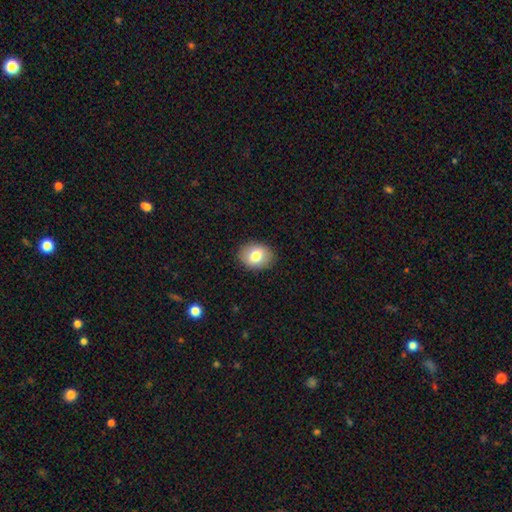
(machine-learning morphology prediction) smooth 78%, featured or disk 14%, star or artifact 8%. Down the decision tree: how rounded — in between (59%); merging — none (89%).